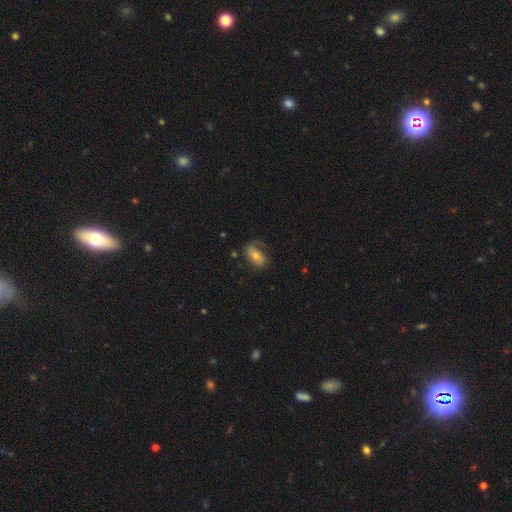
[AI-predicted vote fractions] Smooth or featured?
  - featured or disk: 52% *
  - smooth: 39%
  - star or artifact: 10%
Edge-on disk?
  - no: 94% *
  - yes: 6%
Merging?
  - none: 55% *
  - minor disturbance: 23%
  - major disturbance: 20%
  - merger: 2%